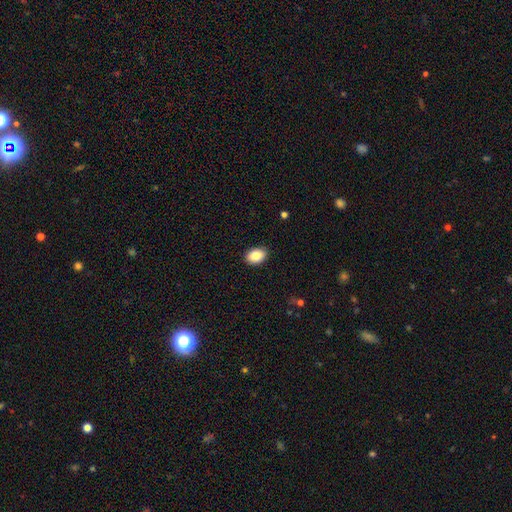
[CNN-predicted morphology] A smooth galaxy with no disk features (86%) that is in between round and cigar-shaped (82%).

Vote fractions:
- Smooth or featured? smooth: 86% / star or artifact: 8% / featured or disk: 7%
- How rounded? in between: 82% / round: 17% / cigar-shaped: 1%
- Merging? none: 90% / minor disturbance: 8% / major disturbance: 2% / merger: 1%